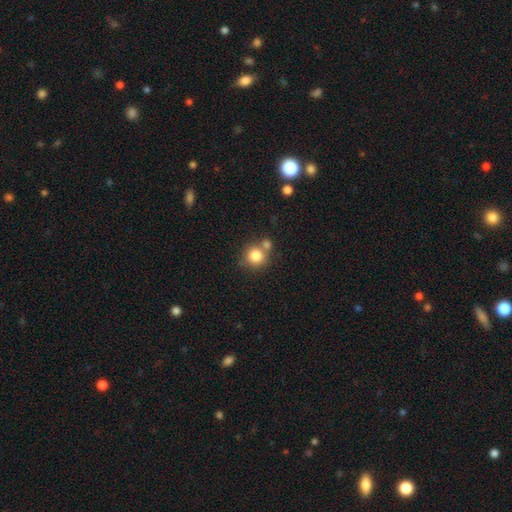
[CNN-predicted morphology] smooth 82%, star or artifact 10%, featured or disk 8%. Down the decision tree: how rounded — round (90%); merging — none (58%).